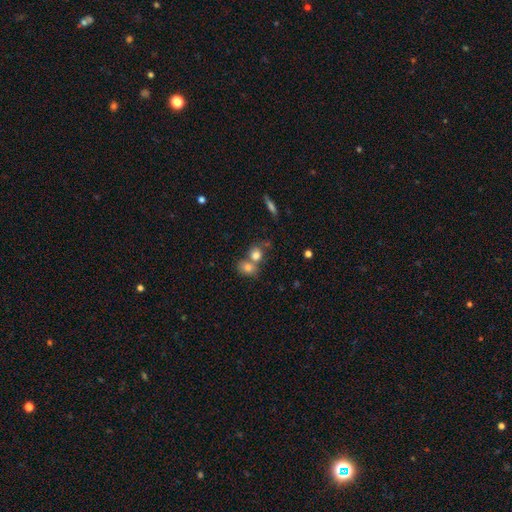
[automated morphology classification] A smooth galaxy with no disk features (78%) that is round (63%). Merging: merger (49%).